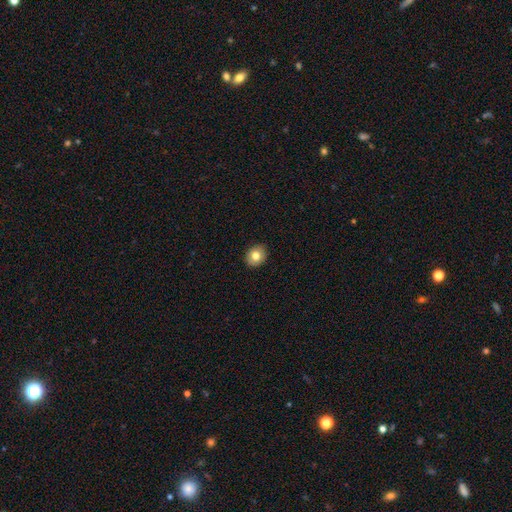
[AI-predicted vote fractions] Overall: smooth (79%). How rounded: round (70%). Merging: none (90%).